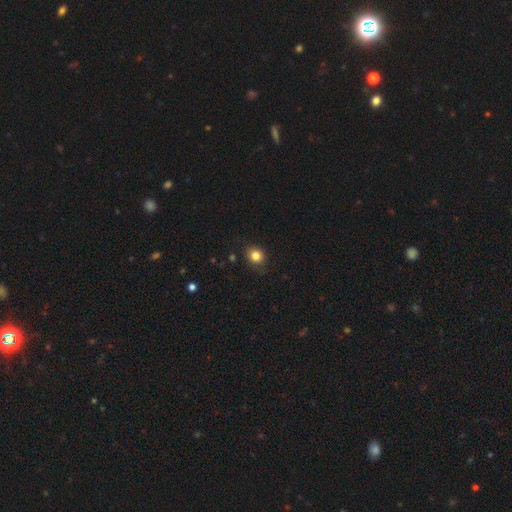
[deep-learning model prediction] smooth_or_featured: smooth (p=0.84) [alt: star or artifact p=0.11]
how_rounded: round (p=0.73) [alt: in between p=0.27]
merging: none (p=0.85) [alt: minor disturbance p=0.12]